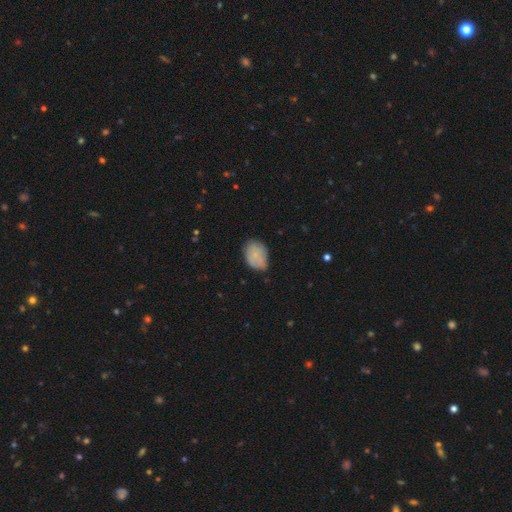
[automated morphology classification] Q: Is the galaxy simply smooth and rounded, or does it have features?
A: smooth — 74%.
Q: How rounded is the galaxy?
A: in between — 83%.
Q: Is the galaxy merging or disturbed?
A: none — 64%.